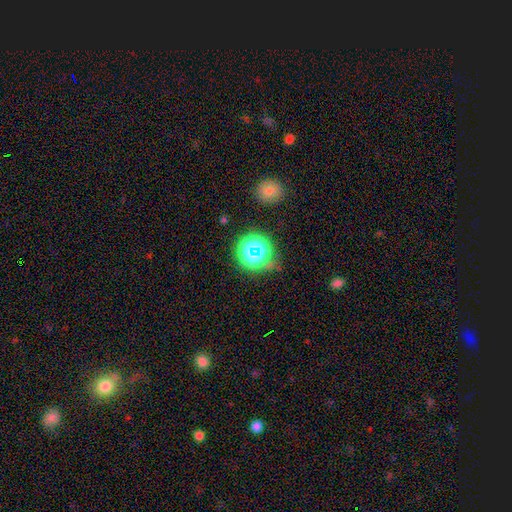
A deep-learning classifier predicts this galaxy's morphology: star or artifact 64%, smooth 26%, featured or disk 10%.